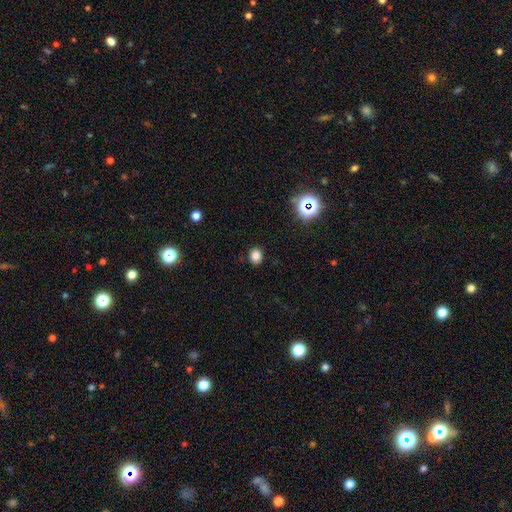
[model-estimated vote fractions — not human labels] A smooth galaxy with no disk features (81%) that is round (59%).

Vote fractions:
- Smooth or featured? smooth: 81% / star or artifact: 14% / featured or disk: 5%
- How rounded? round: 59% / in between: 40% / cigar-shaped: 1%
- Merging? none: 89% / minor disturbance: 8% / major disturbance: 2% / merger: 1%